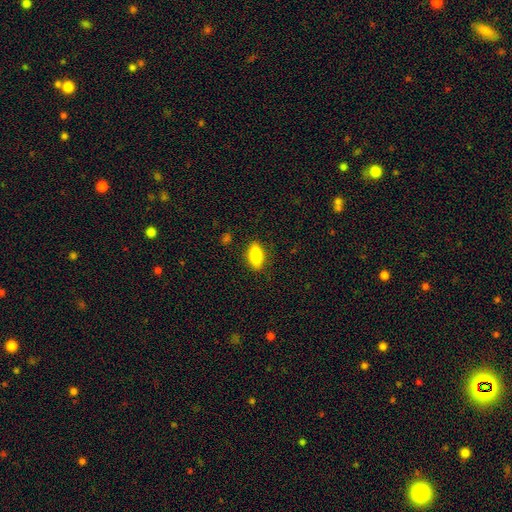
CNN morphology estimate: Smooth or featured: smooth — 81% (featured or disk — 12%)
How rounded: in between — 84% (cigar-shaped — 12%)
Merging: none — 86% (minor disturbance — 10%)